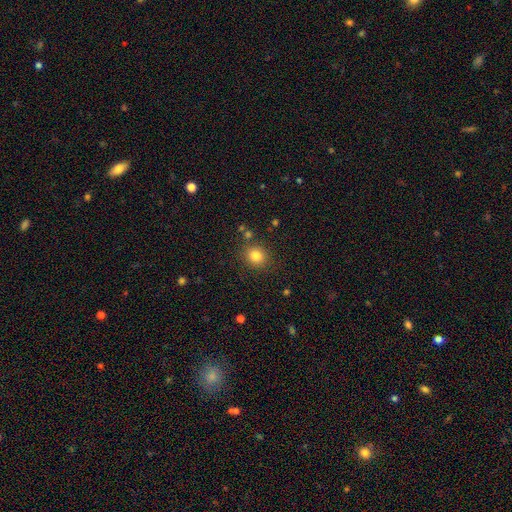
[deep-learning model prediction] A smooth galaxy with no disk features (82%) that is round (77%). Merging: none (84%).